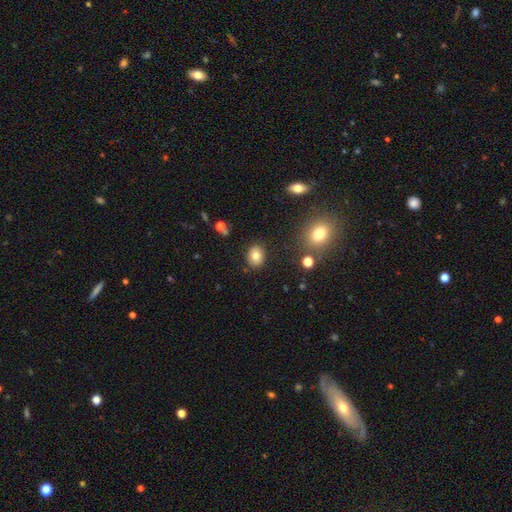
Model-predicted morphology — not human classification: smooth-or-featured: smooth: 79% | star or artifact: 11% | featured or disk: 10%
  how-rounded: round: 53% | in between: 46% | cigar-shaped: 1%
  merging: none: 88% | minor disturbance: 8% | major disturbance: 2% | merger: 2%